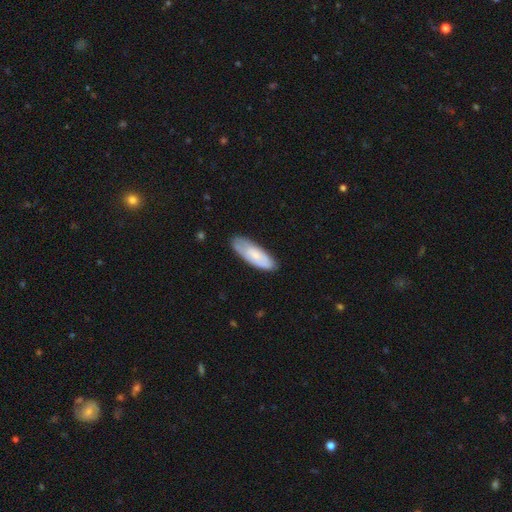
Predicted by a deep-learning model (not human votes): The model was most divided on "smooth or featured": smooth: 62%, featured or disk: 32%, star or artifact: 6%. More confident: merging — none (77%); how rounded — in between (69%).